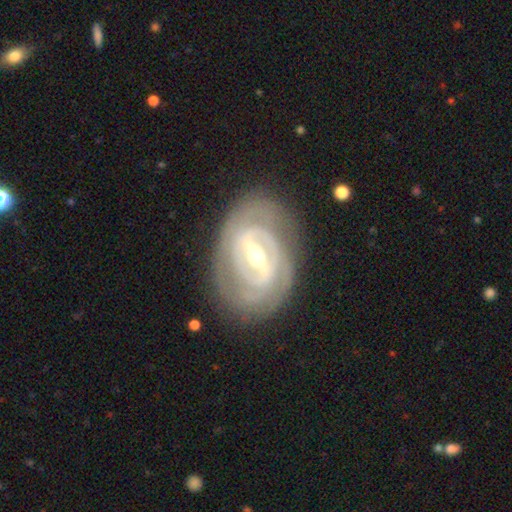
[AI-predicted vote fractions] Smooth or featured? Predicted: featured or disk (p=0.88). Edge-on disk? Predicted: no (p=0.95). Bar? Predicted: strong (p=0.63). Spiral arms? Predicted: yes (p=0.91). Spiral winding? Predicted: tight (p=0.75). Spiral arm count? Predicted: 2 (p=0.42). Bulge size? Predicted: moderate (p=0.54). Merging? Predicted: none (p=0.80).